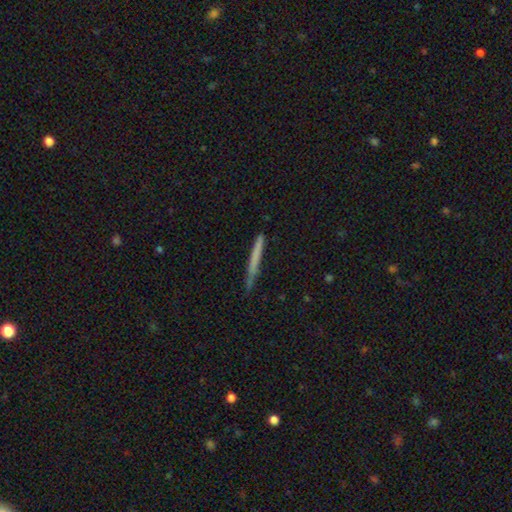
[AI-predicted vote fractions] Smooth or featured: smooth — 65% (featured or disk — 29%)
How rounded: cigar-shaped — 97% (in between — 2%)
Merging: none — 75% (minor disturbance — 19%)